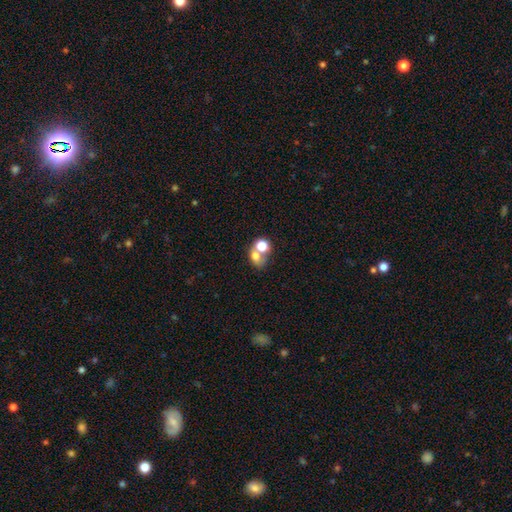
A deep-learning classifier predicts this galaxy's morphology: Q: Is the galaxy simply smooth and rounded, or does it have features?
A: smooth — 68%.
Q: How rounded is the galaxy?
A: round — 53%.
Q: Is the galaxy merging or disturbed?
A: merger — 56%.